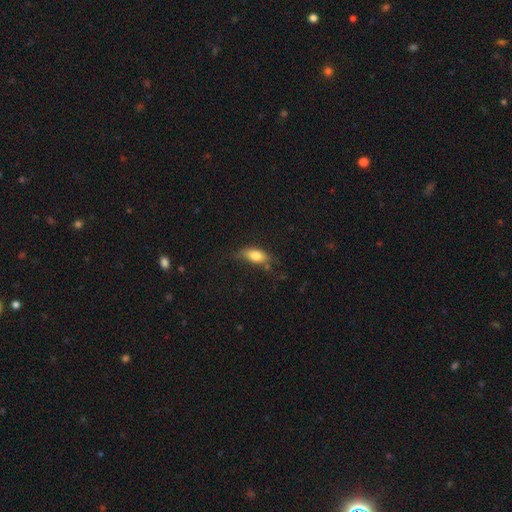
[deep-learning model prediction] The model was most divided on "merging": none: 61%, minor disturbance: 27%, major disturbance: 9%, merger: 3%. More confident: how rounded — in between (80%); smooth or featured — smooth (75%).